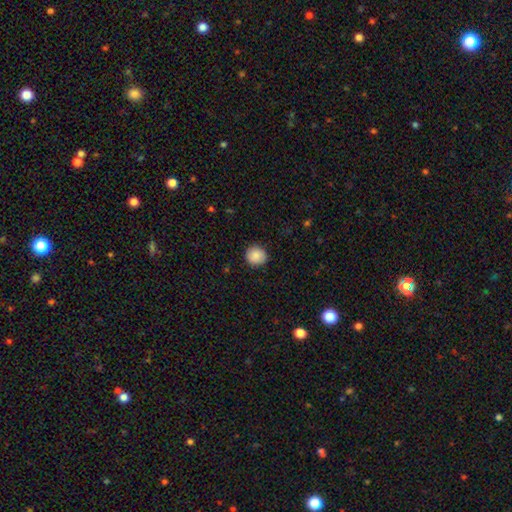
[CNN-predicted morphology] smooth-or-featured: smooth: 87% | star or artifact: 8% | featured or disk: 5%
  how-rounded: round: 90% | in between: 9% | cigar-shaped: 1%
  merging: none: 89% | minor disturbance: 8% | major disturbance: 2% | merger: 1%